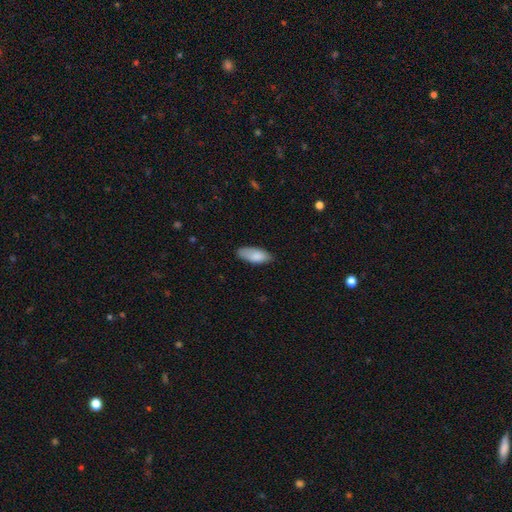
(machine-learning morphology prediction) The model was most divided on "merging": none: 74%, minor disturbance: 21%, major disturbance: 3%, merger: 1%. More confident: smooth or featured — smooth (85%); how rounded — in between (84%).